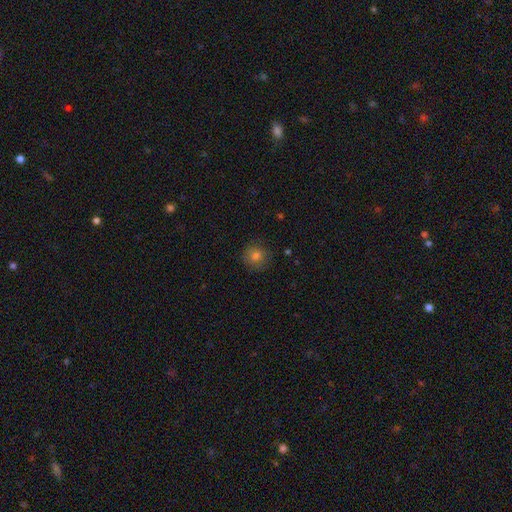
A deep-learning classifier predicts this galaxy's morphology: A smooth galaxy with no disk features (79%) that is round (92%).

Vote fractions:
- Smooth or featured? smooth: 79% / star or artifact: 12% / featured or disk: 8%
- How rounded? round: 92% / in between: 7% / cigar-shaped: 1%
- Merging? none: 86% / minor disturbance: 10% / major disturbance: 3% / merger: 1%